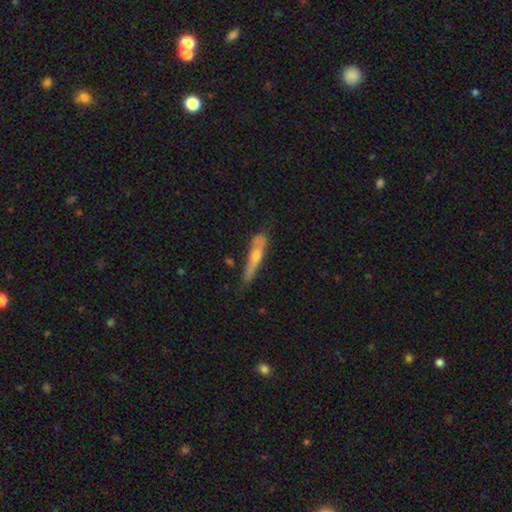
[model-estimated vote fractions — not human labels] Smooth or featured? Predicted: featured or disk (p=0.48). Merging? Predicted: none (p=0.55).